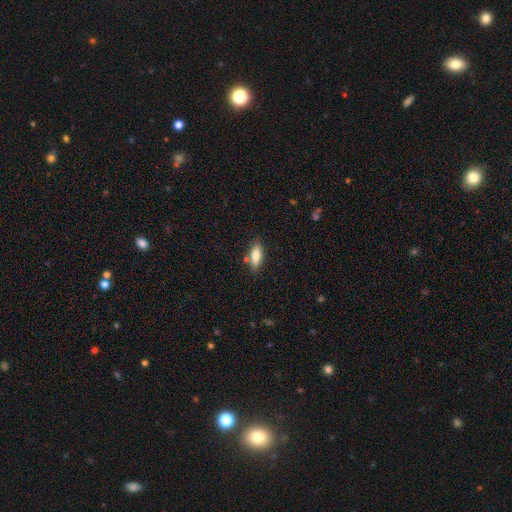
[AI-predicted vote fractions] Smooth or featured?
  - smooth: 79% *
  - featured or disk: 14%
  - star or artifact: 7%
How rounded?
  - in between: 61% *
  - cigar-shaped: 37%
  - round: 2%
Merging?
  - none: 80% *
  - minor disturbance: 12%
  - merger: 5%
  - major disturbance: 3%